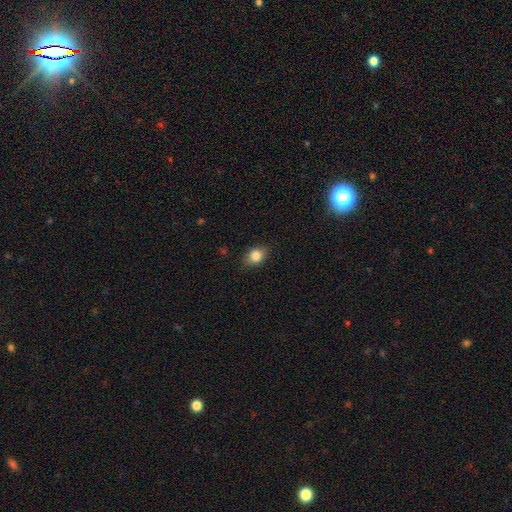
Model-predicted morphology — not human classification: Overall: smooth (83%). How rounded: in between (66%; round 33%). Merging: none (84%).